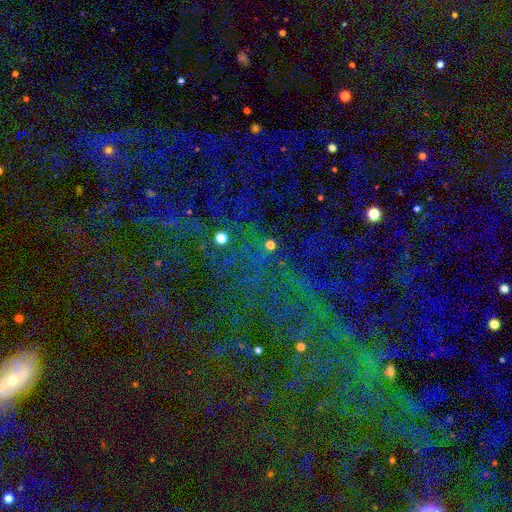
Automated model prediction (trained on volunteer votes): Q: Smooth or featured?
A: star or artifact (81%); runner-up: smooth (11%)